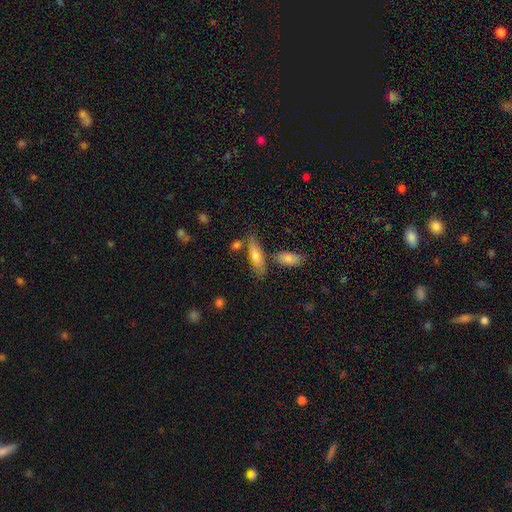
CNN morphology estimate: This appears to be a smooth galaxy with no disk features (64%) that is in between round and cigar-shaped (49%, tied with cigar-shaped). Merging: none (62%).